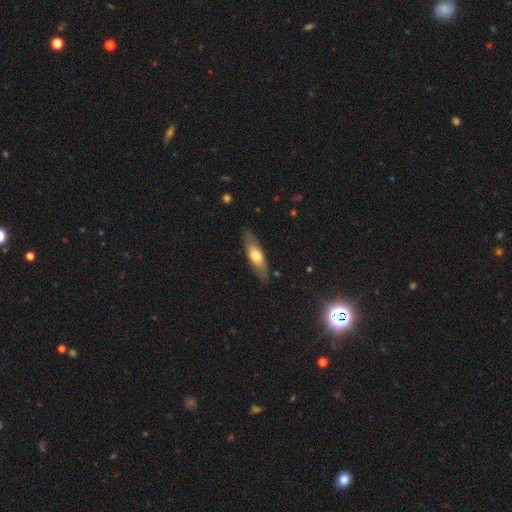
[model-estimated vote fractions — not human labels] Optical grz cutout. It shows a smooth galaxy with no disk features (56%) that is cigar-shaped (49%). Merging: none (83%).